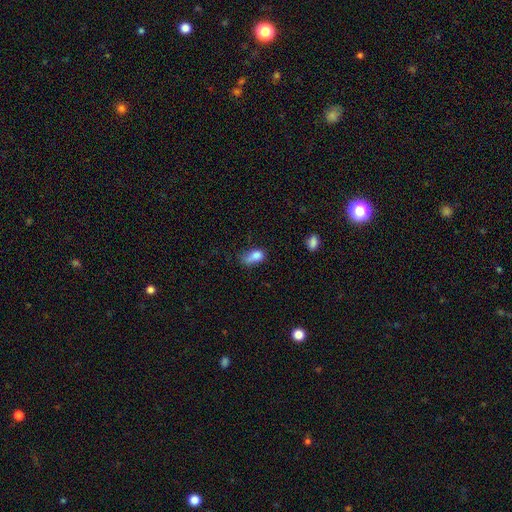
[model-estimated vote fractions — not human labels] smooth-or-featured: smooth: 79% | featured or disk: 11% | star or artifact: 10%
  how-rounded: in between: 83% | round: 12% | cigar-shaped: 5%
  merging: minor disturbance: 36% | none: 29% | major disturbance: 24% | merger: 10%